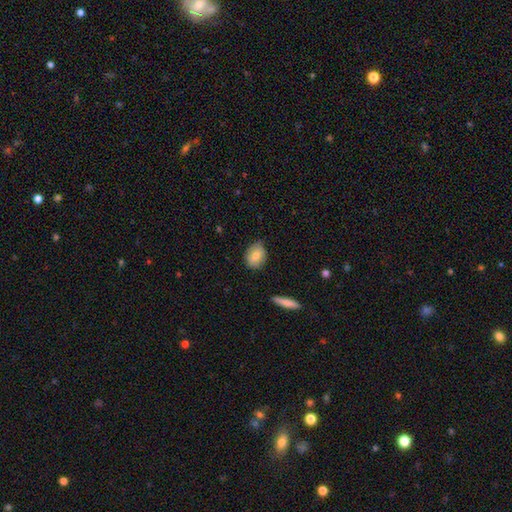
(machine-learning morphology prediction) This appears to be a smooth galaxy with no disk features (79%) that is in between round and cigar-shaped (66%). Merging: none (73%).